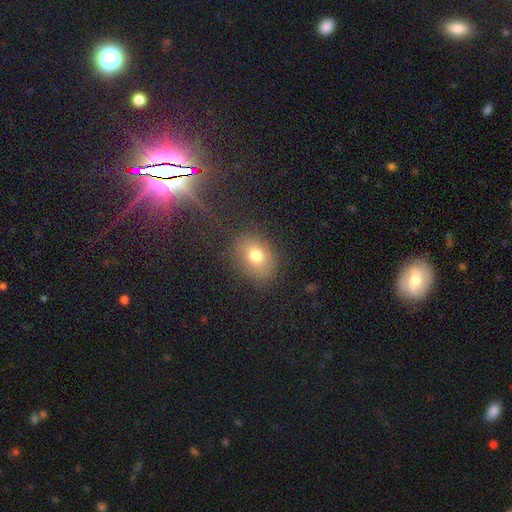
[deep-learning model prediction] smooth_or_featured: smooth (p=0.74) [alt: star or artifact p=0.14]
how_rounded: in between (p=0.53) [alt: round p=0.46]
merging: none (p=0.82) [alt: minor disturbance p=0.12]